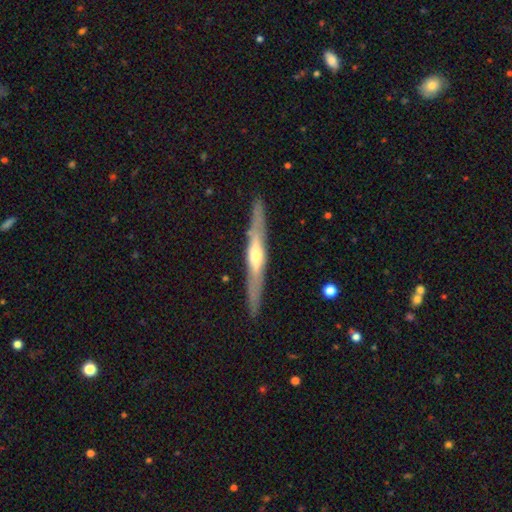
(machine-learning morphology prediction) smooth-or-featured: featured or disk: 72% | smooth: 23% | star or artifact: 5%
  disk-edge-on: yes: 95% | no: 5%
    edge-on-bulge: rounded: 78% | none: 15% | boxy: 8%
  merging: none: 88% | minor disturbance: 8% | major disturbance: 2% | merger: 1%